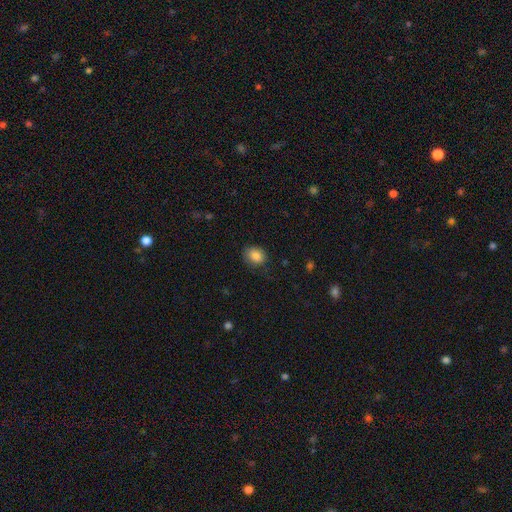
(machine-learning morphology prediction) Overall: smooth (86%). How rounded: in between (50%; round 49%). Merging: none (78%).